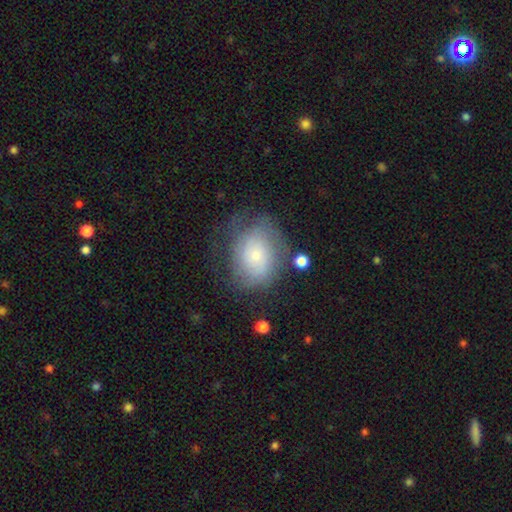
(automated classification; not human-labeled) smooth-or-featured: smooth: 48% | featured or disk: 43% | star or artifact: 9%
  merging: none: 55% | minor disturbance: 25% | major disturbance: 17% | merger: 3%